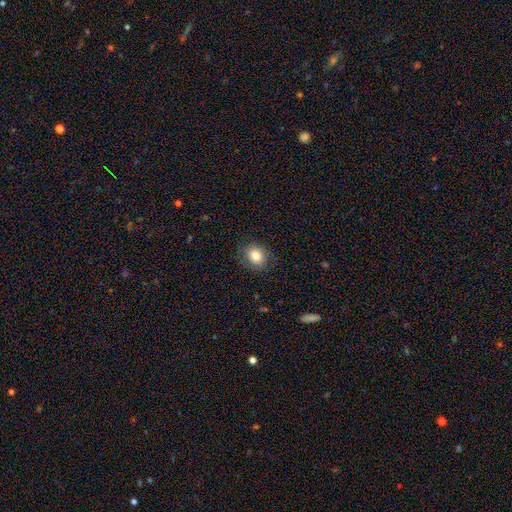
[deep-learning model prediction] This is clearly a smooth galaxy (83%). How rounded: possibly round (59%). Merging: clearly none (85%).